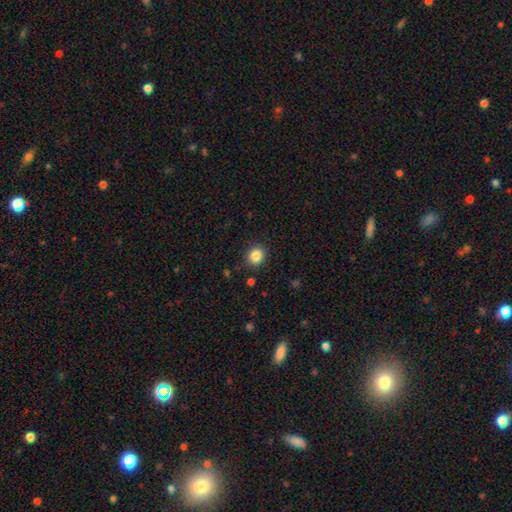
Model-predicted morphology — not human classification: This is clearly a smooth galaxy (86%). How rounded: likely round (73%). Merging: clearly none (88%).